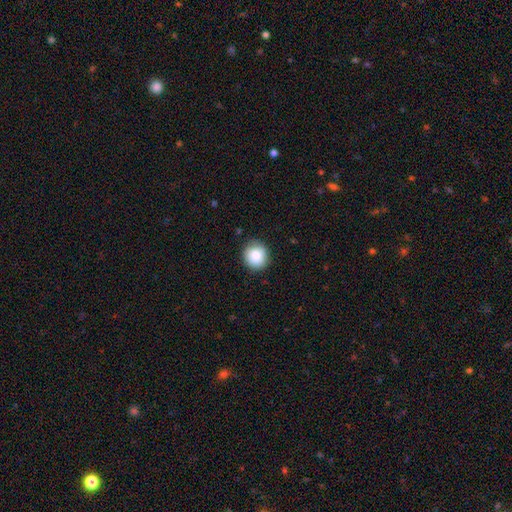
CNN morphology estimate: smooth-or-featured: smooth: 86% | star or artifact: 8% | featured or disk: 6%
  how-rounded: round: 87% | in between: 12% | cigar-shaped: 1%
  merging: none: 85% | minor disturbance: 11% | major disturbance: 2% | merger: 1%